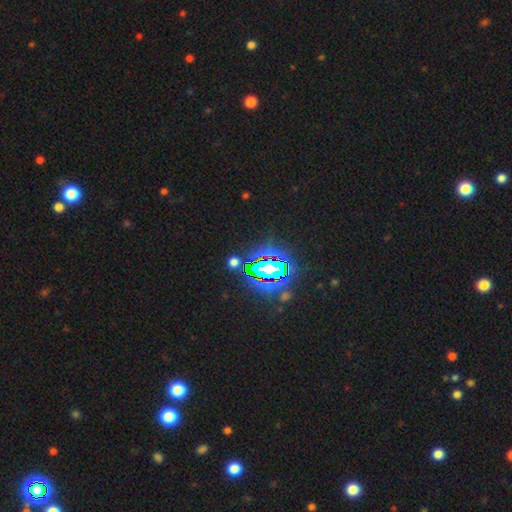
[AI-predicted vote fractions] Smooth or featured: star or artifact — 83% (smooth — 10%)